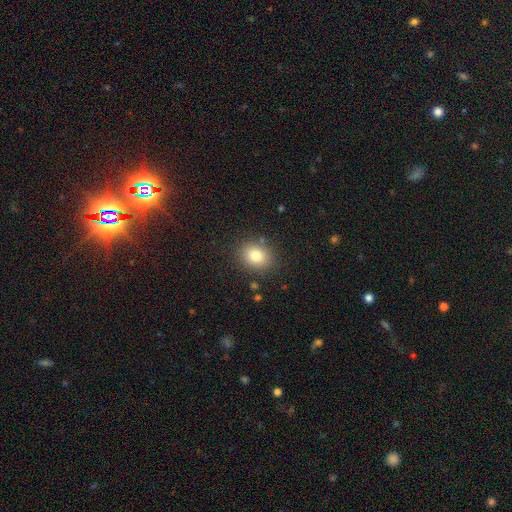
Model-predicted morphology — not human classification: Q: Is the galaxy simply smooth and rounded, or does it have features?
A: smooth — 80%.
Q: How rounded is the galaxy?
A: round — 56%.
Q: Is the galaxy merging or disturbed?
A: none — 84%.